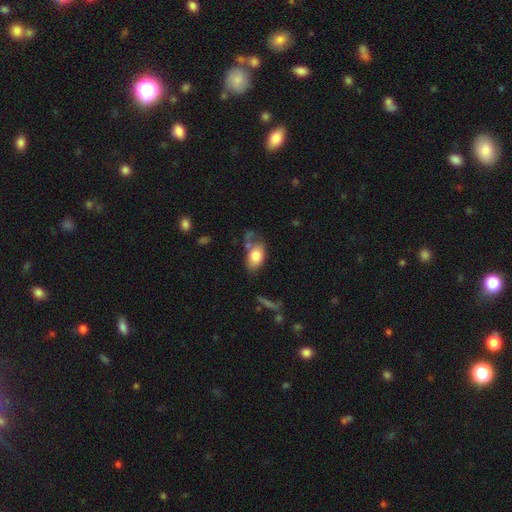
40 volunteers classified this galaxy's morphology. Overall: smooth (82%). How rounded: in between (91%). Merging: none (62%; minor disturbance 23%).